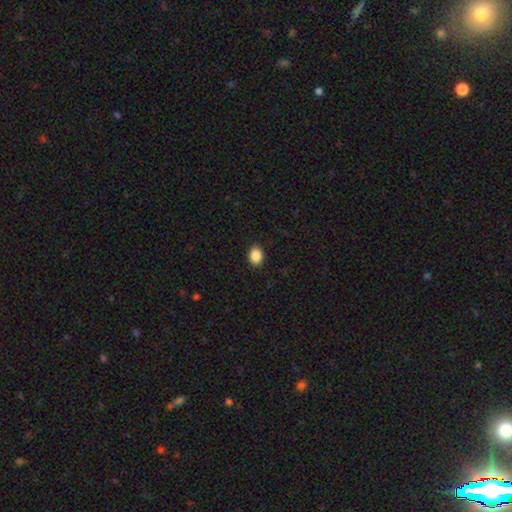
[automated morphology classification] This is clearly a smooth galaxy (88%). How rounded: likely in between (64%). Merging: clearly none (90%).